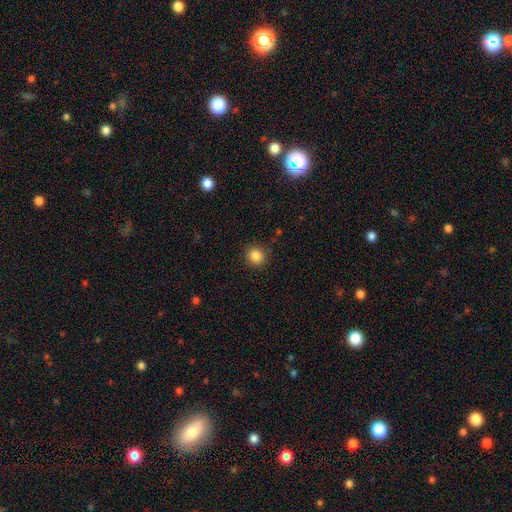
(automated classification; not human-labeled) smooth-or-featured: smooth: 85% | star or artifact: 11% | featured or disk: 4%
  how-rounded: round: 89% | in between: 10% | cigar-shaped: 1%
  merging: none: 89% | minor disturbance: 7% | major disturbance: 2% | merger: 1%